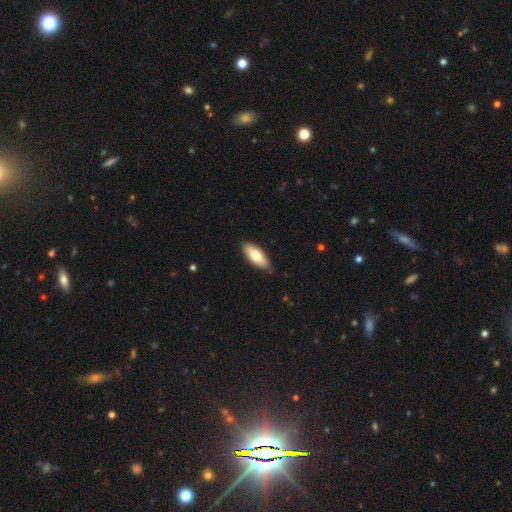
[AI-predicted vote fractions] Overall: smooth (74%). How rounded: in between (78%). Merging: none (85%).